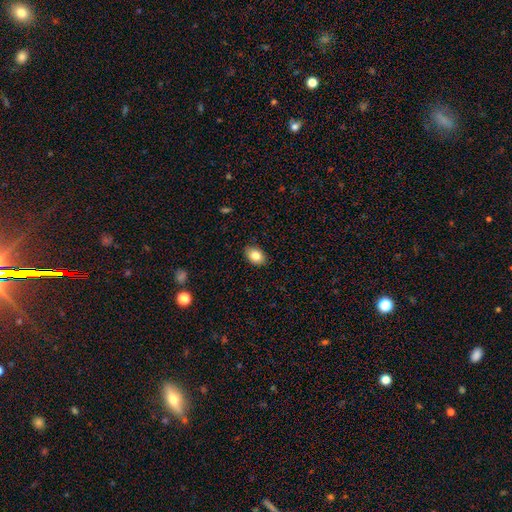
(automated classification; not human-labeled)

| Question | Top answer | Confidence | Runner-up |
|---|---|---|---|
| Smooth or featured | smooth | 83% | featured or disk (8%) |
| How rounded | in between | 80% | round (19%) |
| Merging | none | 88% | minor disturbance (9%) |